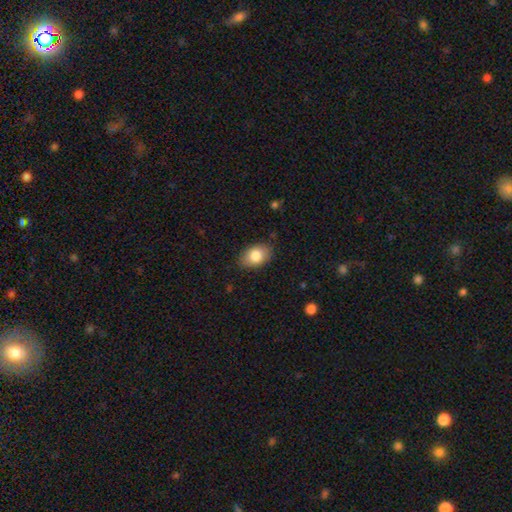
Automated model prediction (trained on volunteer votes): Morphology: type=smooth (81%); roundness=in between (85%); merging=none (84%).